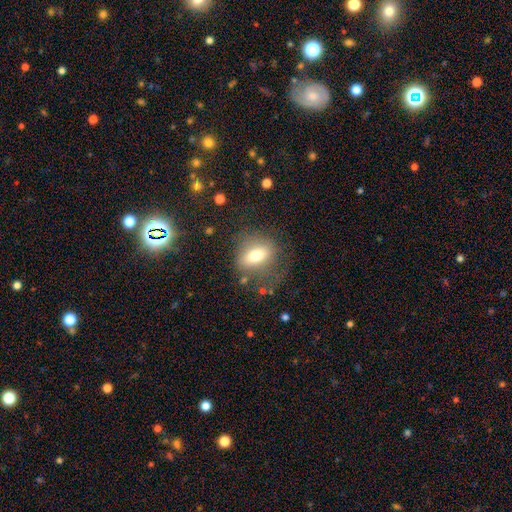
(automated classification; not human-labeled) smooth 68%, featured or disk 22%, star or artifact 10%. Down the decision tree: how rounded — in between (67%); merging — none (63%).